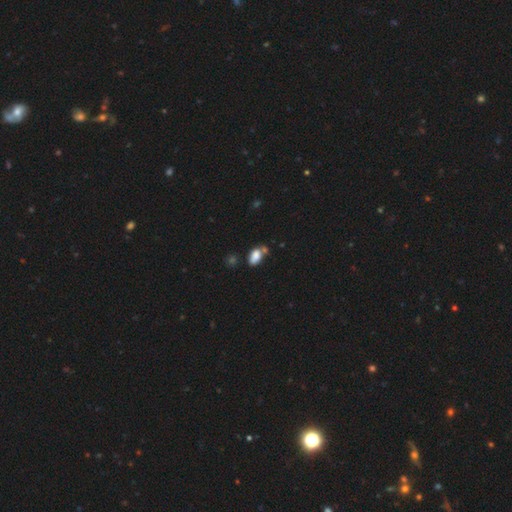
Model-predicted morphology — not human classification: Overall: smooth (83%). How rounded: in between (90%). Merging: none (51%; merger 24%).